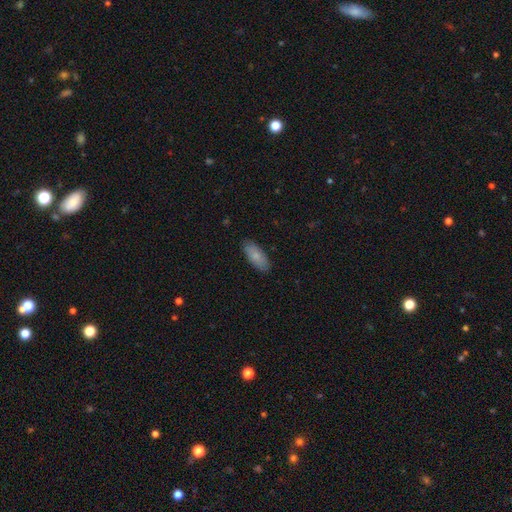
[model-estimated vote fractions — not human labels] Smooth or featured?
  - smooth: 83% *
  - featured or disk: 12%
  - star or artifact: 6%
How rounded?
  - in between: 82% *
  - cigar-shaped: 16%
  - round: 2%
Merging?
  - none: 87% *
  - minor disturbance: 10%
  - major disturbance: 2%
  - merger: 1%